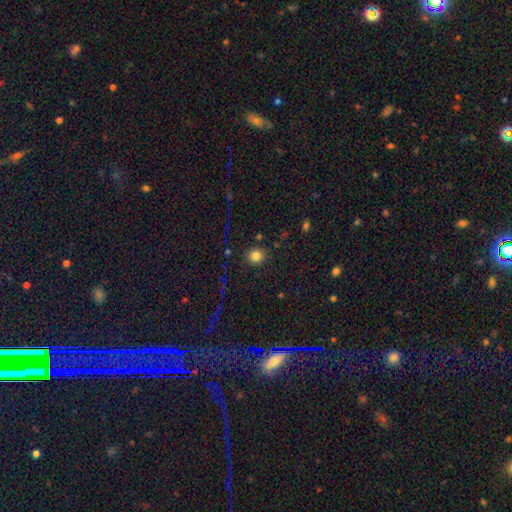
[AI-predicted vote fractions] The model was most divided on "how rounded": round: 84%, in between: 15%, cigar-shaped: 1%. More confident: merging — none (89%); smooth or featured — smooth (82%).